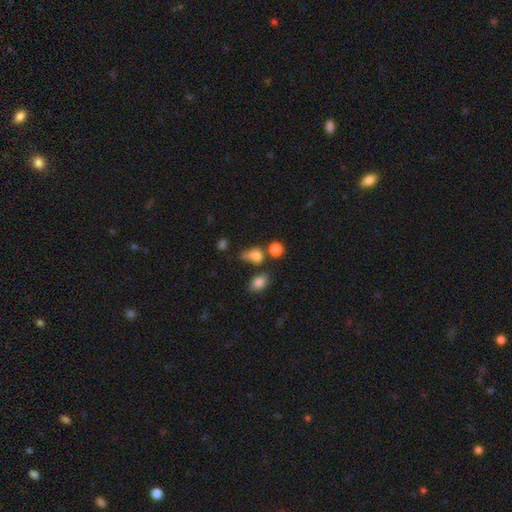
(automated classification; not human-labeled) Smooth or featured? Predicted: smooth (p=0.77). How rounded? Predicted: in between (p=0.52). Merging? Predicted: none (p=0.40).